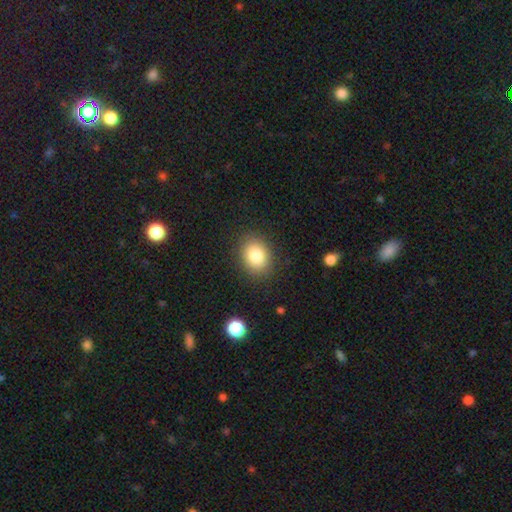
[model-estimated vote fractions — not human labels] smooth 83%, star or artifact 10%, featured or disk 7%. Down the decision tree: how rounded — round (51%); merging — none (87%).